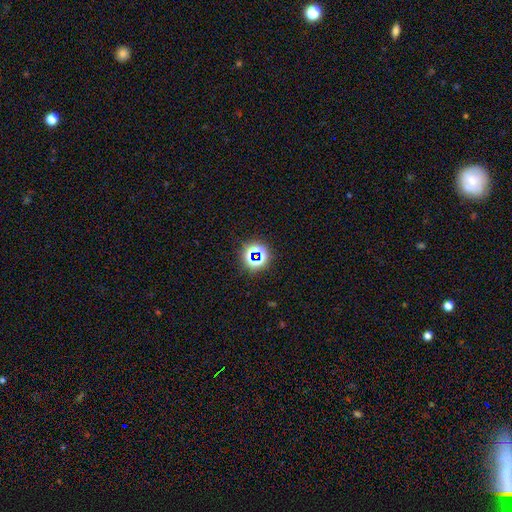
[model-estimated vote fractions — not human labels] The model was most divided on "smooth or featured": star or artifact: 68%, smooth: 23%, featured or disk: 10%.